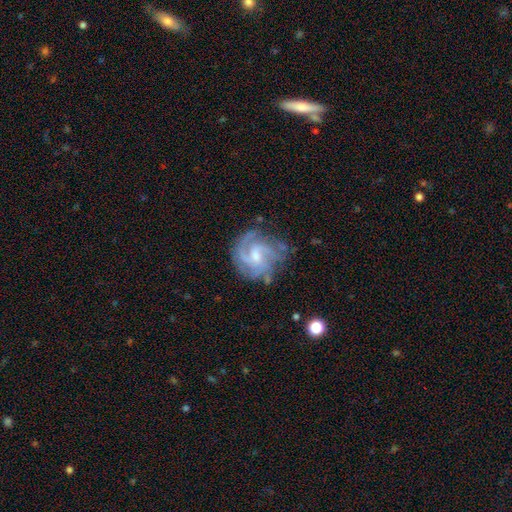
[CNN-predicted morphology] A featured or disk galaxy (86%) with a weak bar (50%), 3 (33%) tight (51%) spiral arms (96%) and a small central bulge (47%).

Vote fractions:
- Smooth or featured? featured or disk: 86% / smooth: 8% / star or artifact: 6%
- Edge-on disk? no: 98% / yes: 2%
- Bar? weak: 50% / no: 40% / strong: 10%
- Spiral arms? yes: 96% / no: 4%
- Spiral winding? tight: 51% / medium: 40% / loose: 9%
- Spiral arm count? 3: 33% / 2: 23% / can't tell: 21% / 4: 12% / 1: 5% / more than 4: 5%
- Bulge size? small: 47% / moderate: 41% / none: 8% / large: 3% / dominant: 1%
- Merging? none: 66% / minor disturbance: 21% / major disturbance: 11% / merger: 2%